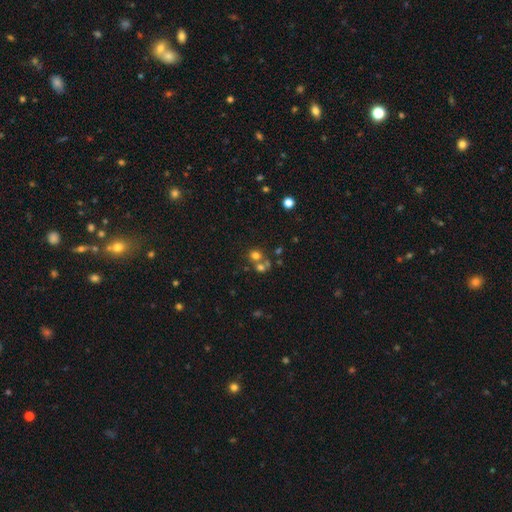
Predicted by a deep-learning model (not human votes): A smooth galaxy with no disk features (67%) that is round (83%).

Vote fractions:
- Smooth or featured? smooth: 67% / star or artifact: 19% / featured or disk: 14%
- How rounded? round: 83% / in between: 16% / cigar-shaped: 1%
- Merging? none: 48% / merger: 42% / minor disturbance: 7% / major disturbance: 4%